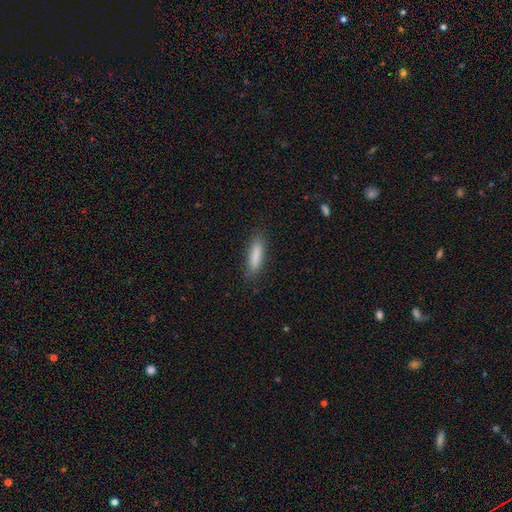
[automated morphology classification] smooth 85%, featured or disk 8%, star or artifact 7%. Down the decision tree: how rounded — cigar-shaped (71%); merging — none (85%).